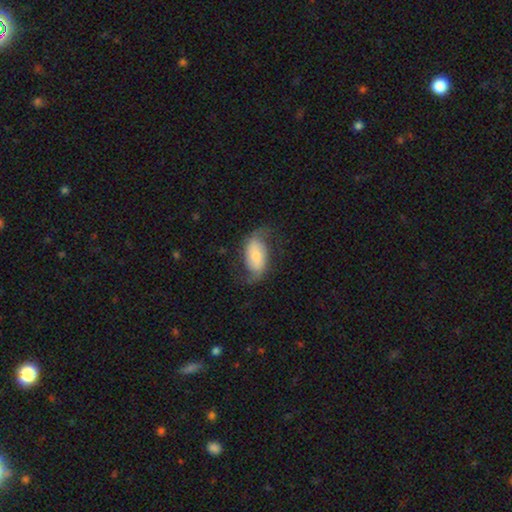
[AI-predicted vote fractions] Smooth or featured: featured or disk — 63% (smooth — 30%)
Edge-on disk: no — 96% (yes — 4%)
Bar: no — 50% (weak — 34%)
Spiral arms: yes — 91% (no — 9%)
Spiral winding: loose — 60% (medium — 30%)
Spiral arm count: 2 — 89% (can't tell — 5%)
Bulge size: small — 46% (moderate — 33%)
Merging: none — 63% (minor disturbance — 20%)